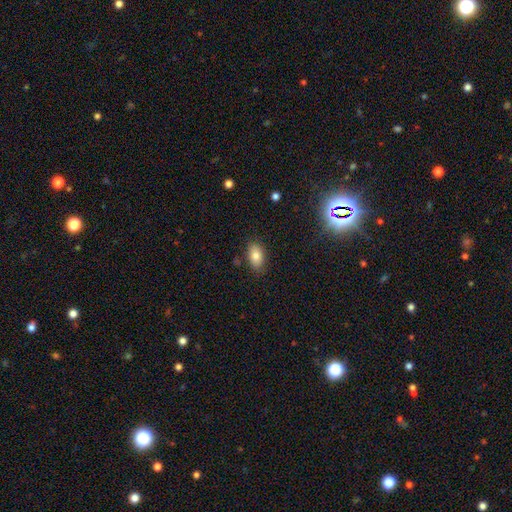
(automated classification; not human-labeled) Smooth or featured? smooth (82%)
How rounded? in between (91%)
Merging? none (84%)